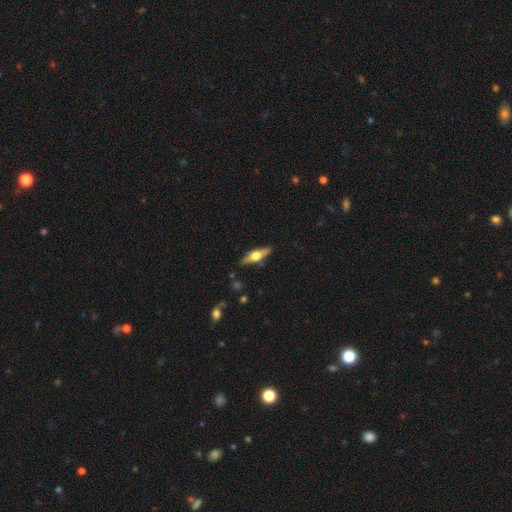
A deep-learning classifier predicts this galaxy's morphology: Smooth or featured?
  - featured or disk: 67% *
  - smooth: 27%
  - star or artifact: 6%
Edge-on disk?
  - yes: 96% *
  - no: 4%
Edge-on bulge?
  - rounded: 95% *
  - boxy: 4%
  - none: 1%
Merging?
  - none: 87% *
  - minor disturbance: 9%
  - major disturbance: 2%
  - merger: 2%